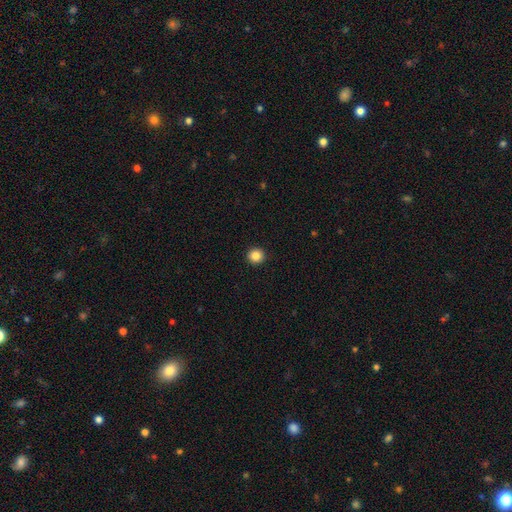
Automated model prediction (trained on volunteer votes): Morphology: type=smooth (85%); roundness=round (94%); merging=none (93%).